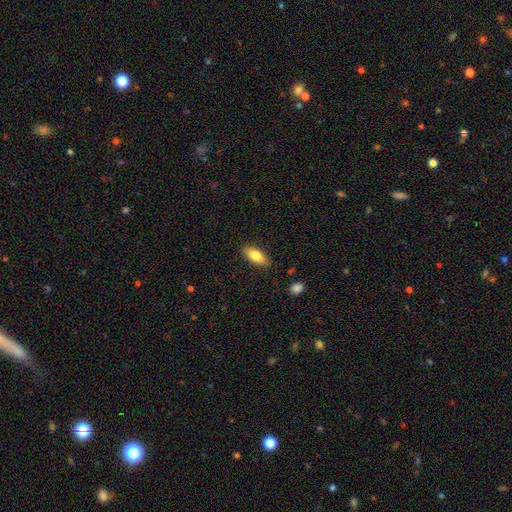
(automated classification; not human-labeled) Q: Smooth or featured?
A: smooth (79%); runner-up: featured or disk (15%)
Q: How rounded?
A: in between (78%); runner-up: cigar-shaped (19%)
Q: Merging?
A: none (86%); runner-up: minor disturbance (11%)